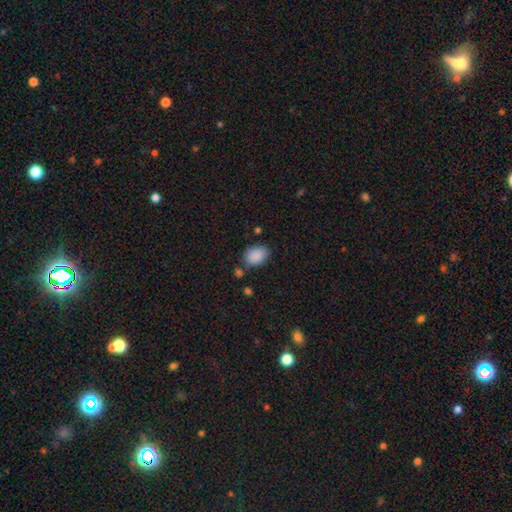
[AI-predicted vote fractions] Smooth or featured? smooth (88%)
How rounded? in between (74%)
Merging? none (70%)